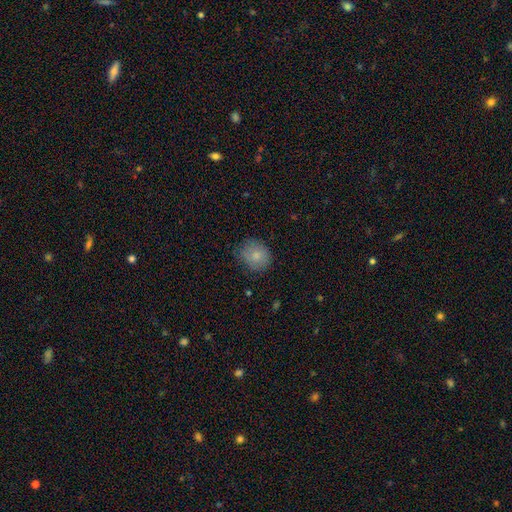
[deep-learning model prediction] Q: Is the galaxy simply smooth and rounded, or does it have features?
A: smooth — 82%.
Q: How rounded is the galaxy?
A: round — 74%.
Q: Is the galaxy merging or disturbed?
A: none — 74%.